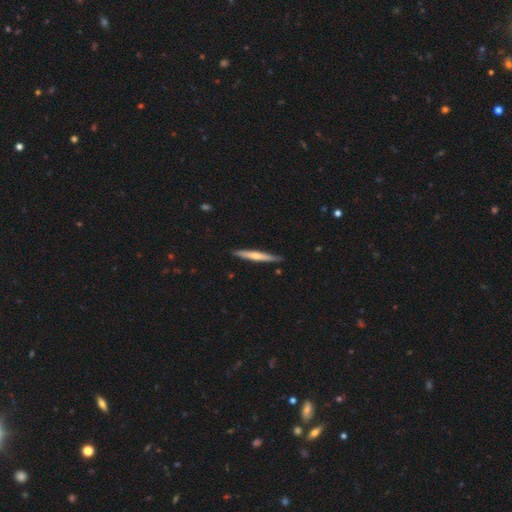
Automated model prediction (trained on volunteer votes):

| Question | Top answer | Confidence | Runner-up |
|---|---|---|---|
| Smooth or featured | featured or disk | 48% | smooth (47%) |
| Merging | none | 88% | minor disturbance (10%) |